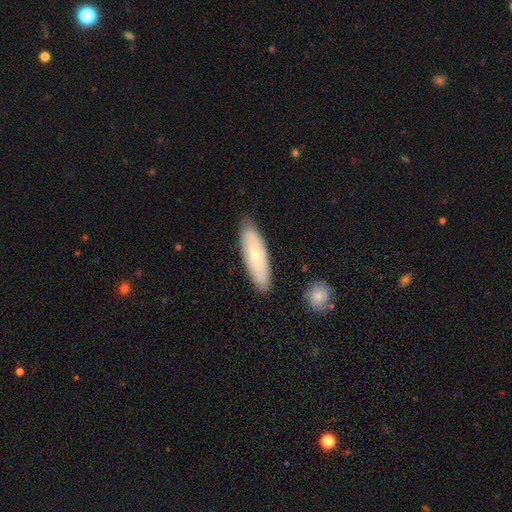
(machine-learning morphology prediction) smooth_or_featured: smooth (p=0.47) [tied with: featured or disk p=0.47]
merging: none (p=0.82) [alt: minor disturbance p=0.14]